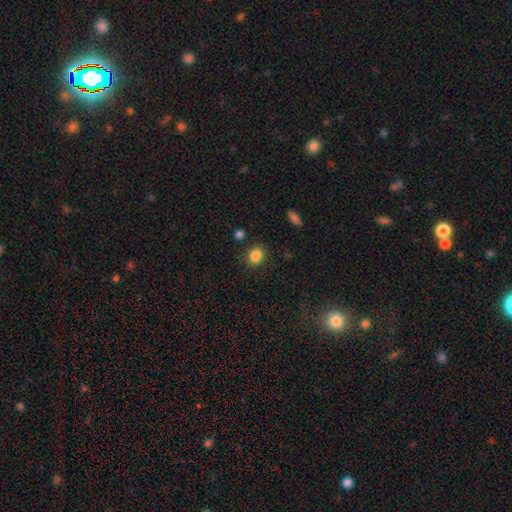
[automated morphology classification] The model was most divided on "how rounded": in between: 55%, round: 44%, cigar-shaped: 1%. More confident: smooth or featured — smooth (86%); merging — none (84%).